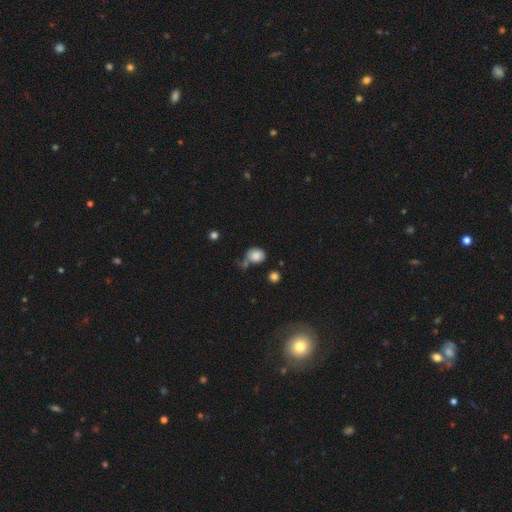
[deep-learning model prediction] smooth_or_featured: smooth (p=0.84) [alt: star or artifact p=0.10]
how_rounded: round (p=0.66) [alt: in between p=0.33]
merging: none (p=0.56) [alt: minor disturbance p=0.22]